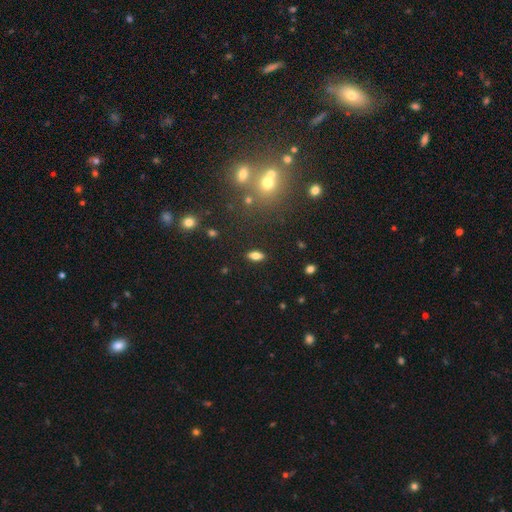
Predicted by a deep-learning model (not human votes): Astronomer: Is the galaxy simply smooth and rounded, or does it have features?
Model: smooth — 75%.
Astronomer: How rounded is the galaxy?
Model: in between — 84%.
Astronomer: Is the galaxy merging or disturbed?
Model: none — 88%.